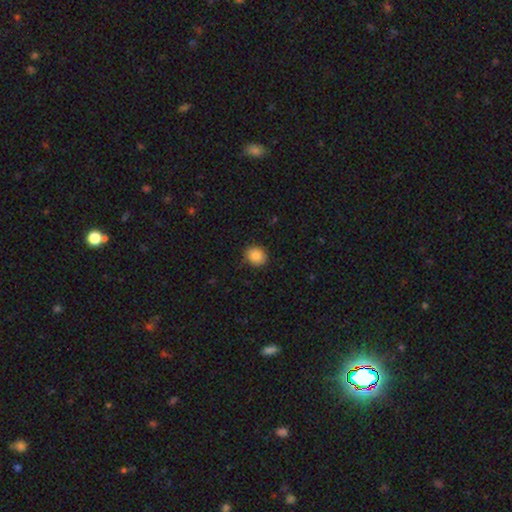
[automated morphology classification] The model was most divided on "how rounded": round: 77%, in between: 23%, cigar-shaped: 1%. More confident: smooth or featured — smooth (86%); merging — none (85%).